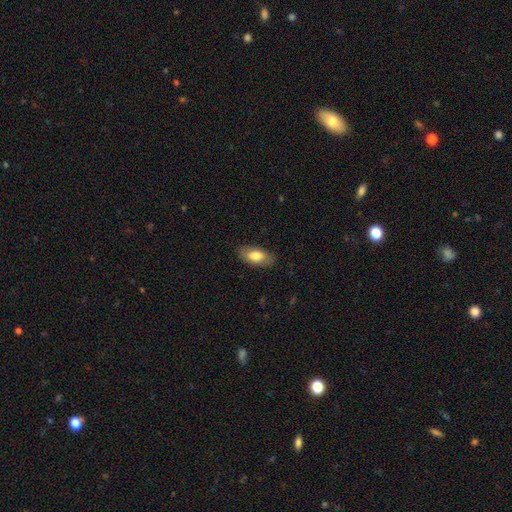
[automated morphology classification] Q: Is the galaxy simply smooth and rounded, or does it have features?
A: smooth — 78%.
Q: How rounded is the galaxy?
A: in between — 89%.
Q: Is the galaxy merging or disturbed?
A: none — 84%.